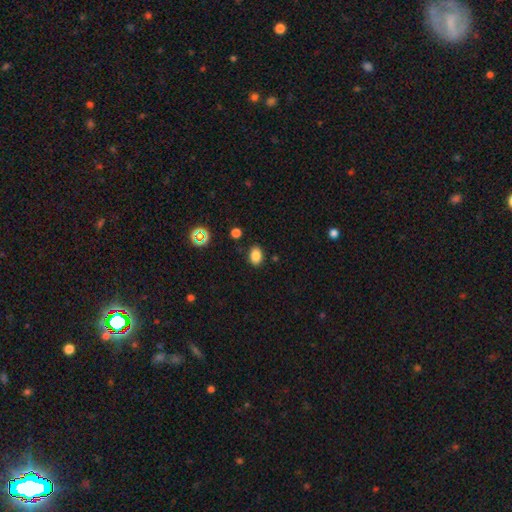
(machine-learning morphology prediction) Smooth or featured? Predicted: smooth (p=0.82). How rounded? Predicted: in between (p=0.80). Merging? Predicted: none (p=0.85).